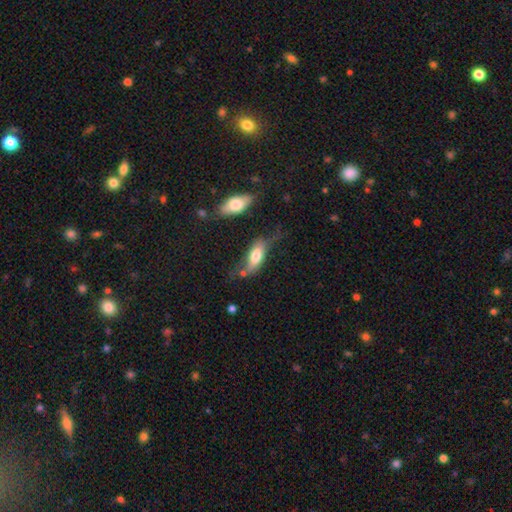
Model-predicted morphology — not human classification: smooth_or_featured: smooth (p=0.65) [alt: featured or disk p=0.28]
how_rounded: in between (p=0.74) [alt: cigar-shaped p=0.22]
merging: none (p=0.44) [alt: minor disturbance p=0.27]